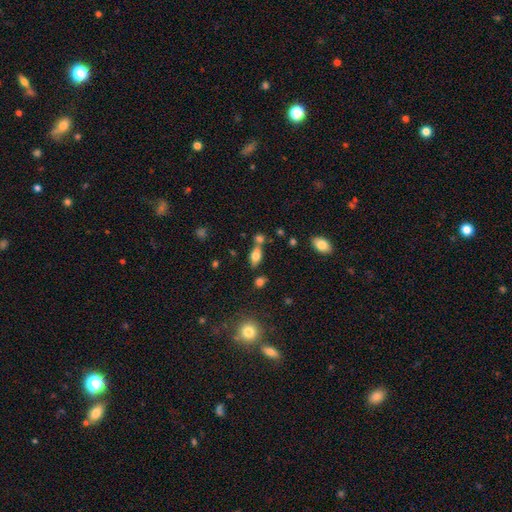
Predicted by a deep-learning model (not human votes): smooth_or_featured: smooth (p=0.74) [alt: featured or disk p=0.16]
how_rounded: in between (p=0.84) [alt: cigar-shaped p=0.10]
merging: none (p=0.56) [alt: merger p=0.27]